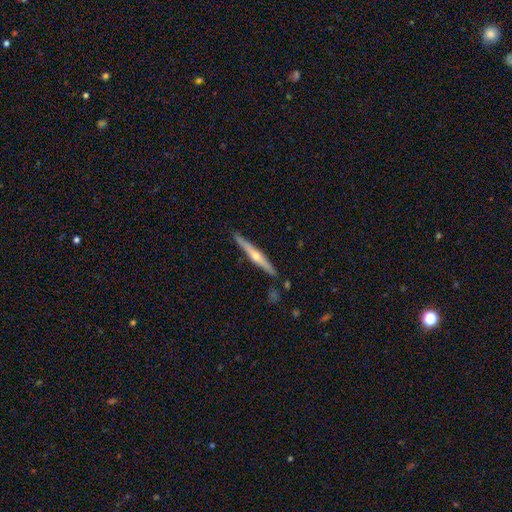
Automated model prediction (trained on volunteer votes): Smooth or featured?
  - featured or disk: 69% *
  - smooth: 25%
  - star or artifact: 6%
Edge-on disk?
  - yes: 97% *
  - no: 3%
Edge-on bulge?
  - rounded: 87% *
  - none: 10%
  - boxy: 3%
Merging?
  - none: 88% *
  - minor disturbance: 9%
  - merger: 2%
  - major disturbance: 2%